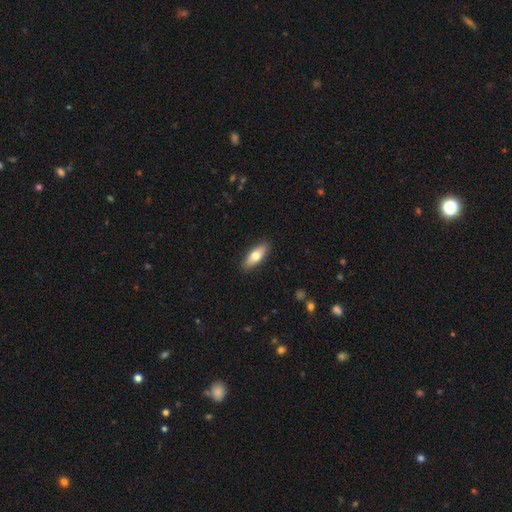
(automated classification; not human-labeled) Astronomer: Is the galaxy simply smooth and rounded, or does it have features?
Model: smooth — 69%.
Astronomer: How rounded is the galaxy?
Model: in between — 68%.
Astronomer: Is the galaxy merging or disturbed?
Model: none — 89%.